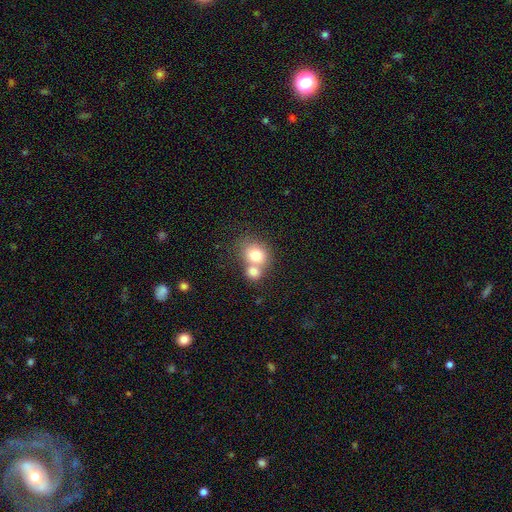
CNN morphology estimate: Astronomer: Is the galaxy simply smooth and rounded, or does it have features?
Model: smooth — 76%.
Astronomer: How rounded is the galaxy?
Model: round — 59% (runner-up: in between, 40%).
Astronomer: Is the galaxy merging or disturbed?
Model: merger — 59%.